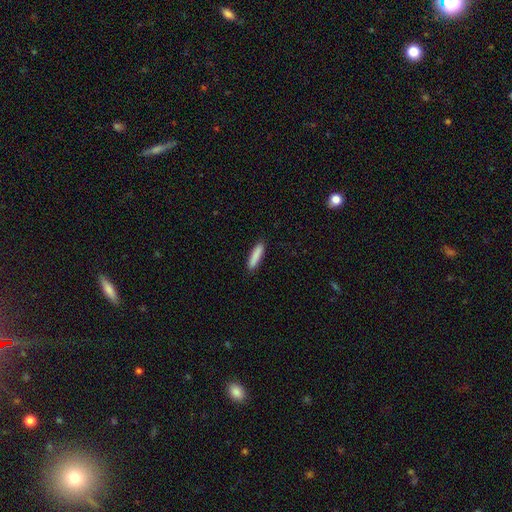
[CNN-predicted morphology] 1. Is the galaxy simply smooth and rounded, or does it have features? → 87% smooth, 6% featured or disk, 6% star or artifact.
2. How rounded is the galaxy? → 80% cigar-shaped, 18% in between, 1% round.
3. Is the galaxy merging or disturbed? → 89% none, 8% minor disturbance, 2% major disturbance, 1% merger.